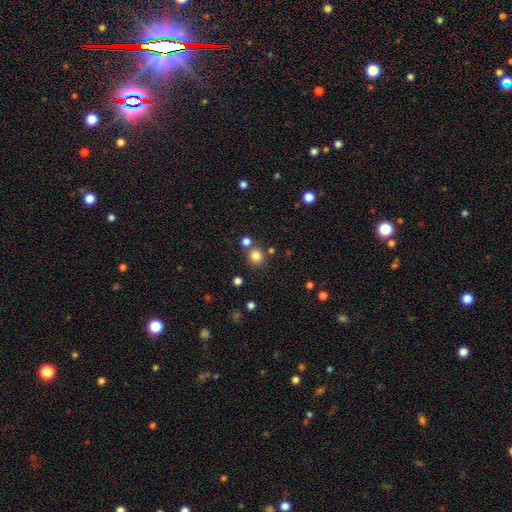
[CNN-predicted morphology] Smooth or featured: smooth — 81% (star or artifact — 14%)
How rounded: round — 91% (in between — 8%)
Merging: none — 76% (merger — 14%)